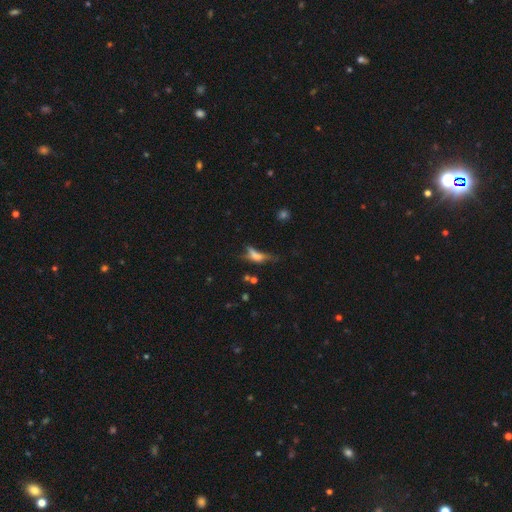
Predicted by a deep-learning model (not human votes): Morphology: type=smooth (50%); roundness=in between (54%); merging=major disturbance (38%).